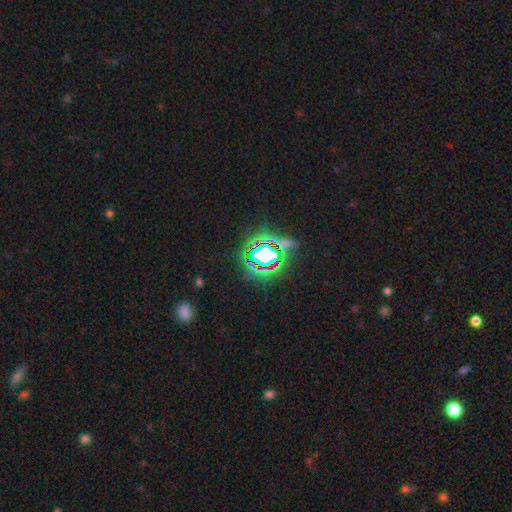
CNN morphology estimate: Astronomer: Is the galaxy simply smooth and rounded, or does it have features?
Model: star or artifact — 73%.